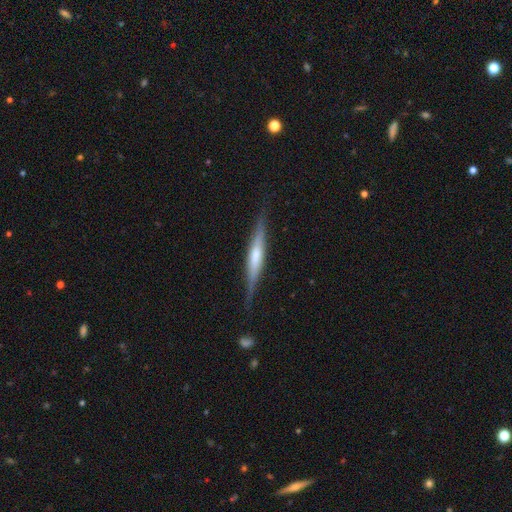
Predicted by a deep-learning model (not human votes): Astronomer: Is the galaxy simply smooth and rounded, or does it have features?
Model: featured or disk — 62%.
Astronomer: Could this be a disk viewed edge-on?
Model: yes — 95%.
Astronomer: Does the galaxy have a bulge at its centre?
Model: rounded — 54%.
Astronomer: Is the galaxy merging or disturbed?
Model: none — 83%.